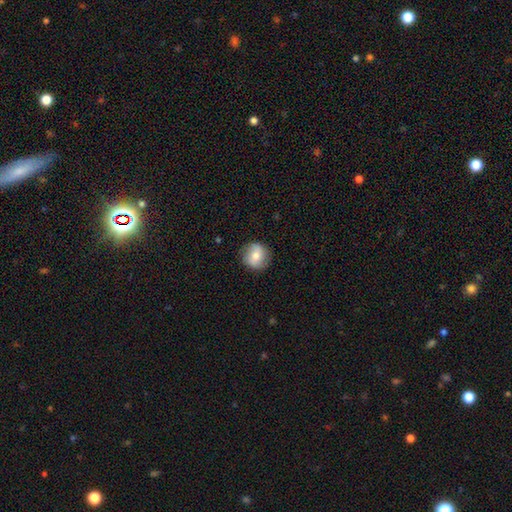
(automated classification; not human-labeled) This appears to be a smooth galaxy with no disk features (62%) that is round (91%). Merging: none (85%).